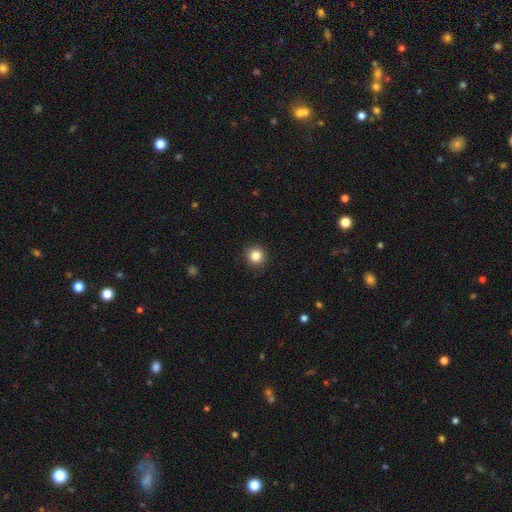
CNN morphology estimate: Overall: smooth (85%). How rounded: round (95%). Merging: none (92%).